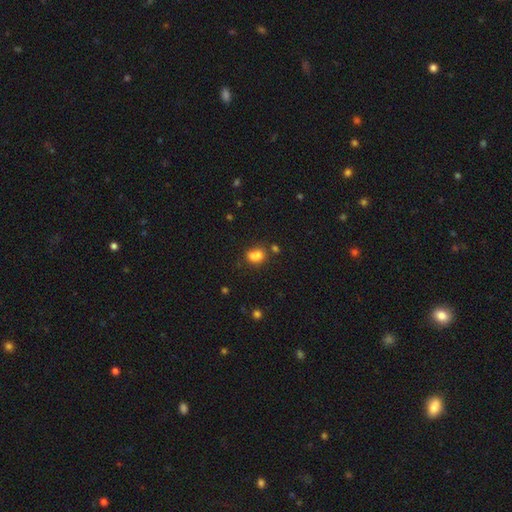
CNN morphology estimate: This appears to be a smooth galaxy with no disk features (73%) that is round (52%). Merging: merger (52%).